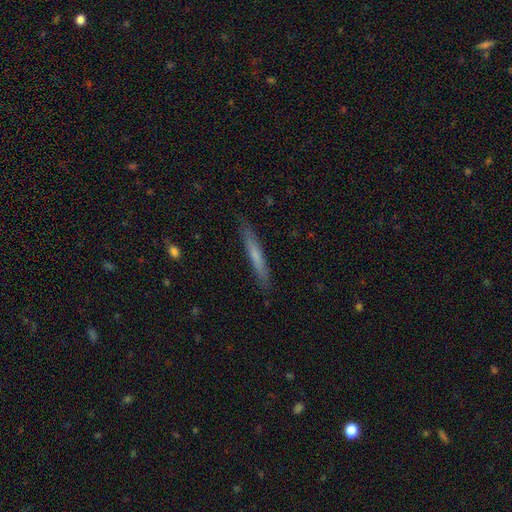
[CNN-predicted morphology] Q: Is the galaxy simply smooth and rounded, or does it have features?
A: smooth — 60%.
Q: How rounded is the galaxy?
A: cigar-shaped — 95%.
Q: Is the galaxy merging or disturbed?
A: none — 88%.